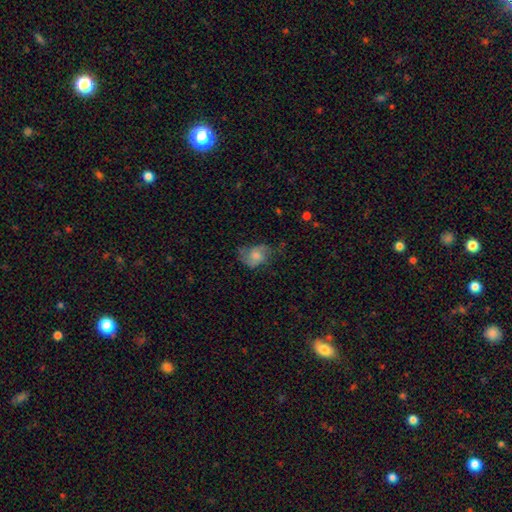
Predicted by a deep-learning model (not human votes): Overall: smooth (51%; featured or disk 40%). How rounded: in between (67%; round 31%). Merging: none (45%; minor disturbance 30%).